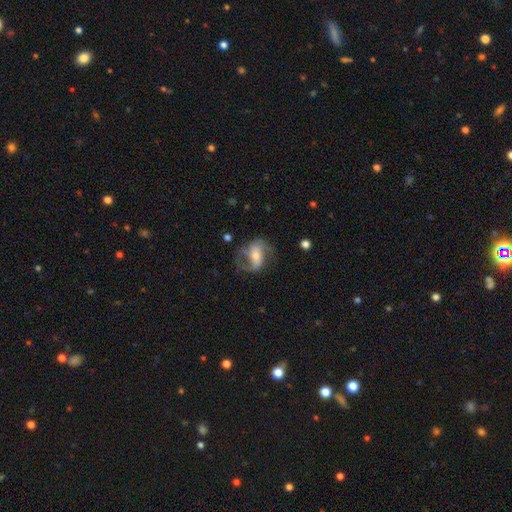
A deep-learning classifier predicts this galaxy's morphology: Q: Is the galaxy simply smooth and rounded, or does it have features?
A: featured or disk — 76%.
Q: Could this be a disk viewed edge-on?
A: no — 96%.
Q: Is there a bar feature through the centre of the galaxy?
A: strong — 39%.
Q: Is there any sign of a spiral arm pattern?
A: yes — 90%.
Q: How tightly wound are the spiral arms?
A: medium — 47%.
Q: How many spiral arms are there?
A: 2 — 86%.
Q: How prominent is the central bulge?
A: moderate — 49%.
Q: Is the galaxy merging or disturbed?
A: none — 65%.